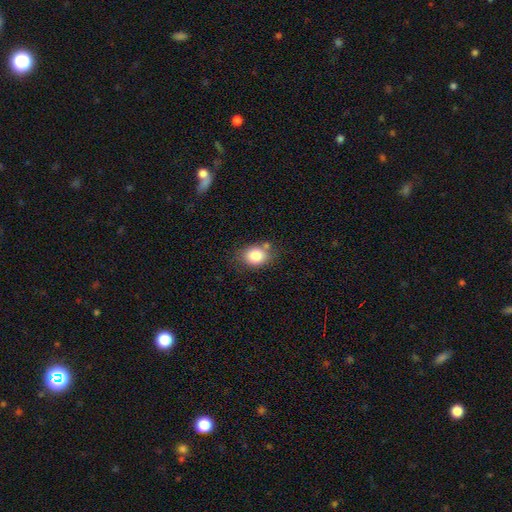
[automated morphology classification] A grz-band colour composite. It shows a smooth galaxy with no disk features (84%) that is in between round and cigar-shaped (50%). Merging: none (68%).